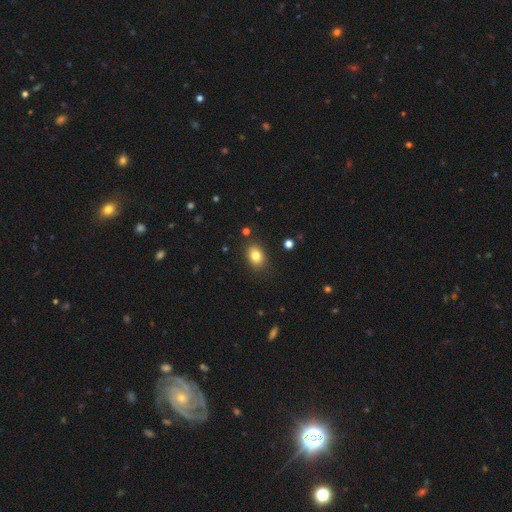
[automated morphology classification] smooth_or_featured: smooth (p=0.82) [alt: star or artifact p=0.10]
how_rounded: in between (p=0.64) [alt: round p=0.34]
merging: none (p=0.84) [alt: minor disturbance p=0.11]